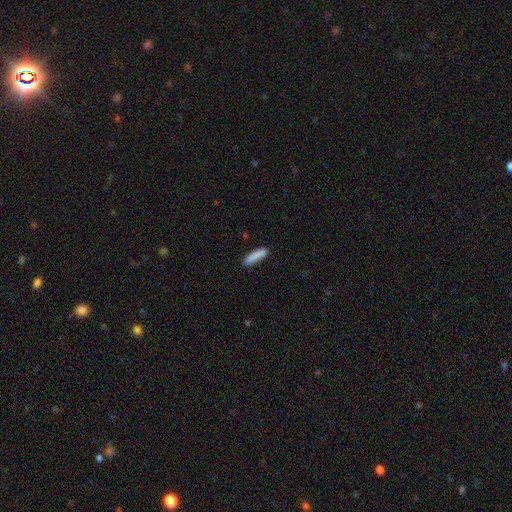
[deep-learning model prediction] This appears to be a smooth galaxy with no disk features (88%) that is cigar-shaped (76%). Merging: none (85%).